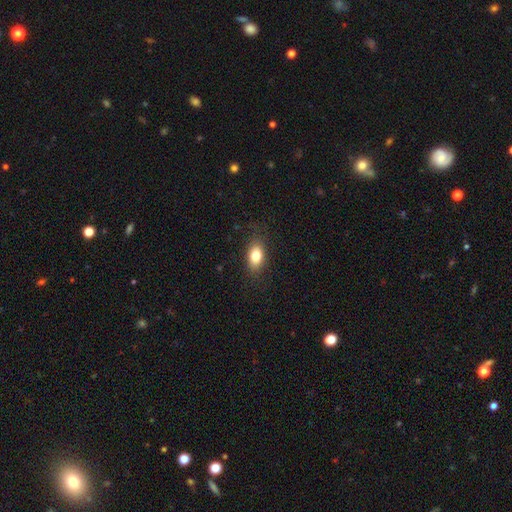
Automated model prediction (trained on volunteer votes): Smooth or featured? smooth (80%)
How rounded? in between (85%)
Merging? none (84%)